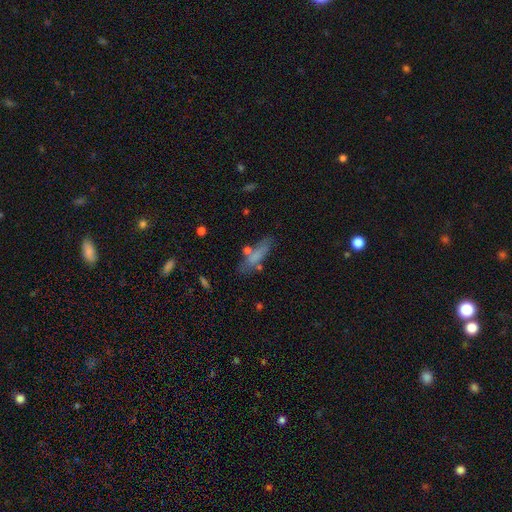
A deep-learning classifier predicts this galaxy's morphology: smooth-or-featured: smooth: 69% | featured or disk: 21% | star or artifact: 10%
  how-rounded: cigar-shaped: 58% | in between: 39% | round: 3%
  merging: none: 59% | minor disturbance: 22% | merger: 10% | major disturbance: 9%